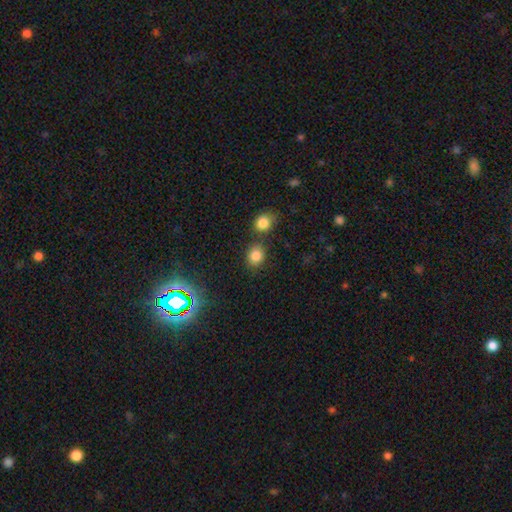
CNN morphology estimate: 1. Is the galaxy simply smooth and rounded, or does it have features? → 82% smooth, 12% star or artifact, 6% featured or disk.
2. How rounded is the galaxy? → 68% round, 31% in between, 1% cigar-shaped.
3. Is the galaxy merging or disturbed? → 71% none, 15% merger, 10% minor disturbance, 3% major disturbance.